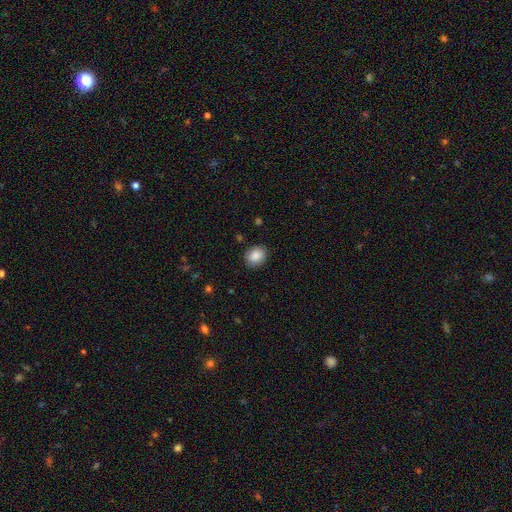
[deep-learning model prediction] Smooth or featured? Predicted: smooth (p=0.87). How rounded? Predicted: round (p=0.52). Merging? Predicted: none (p=0.86).